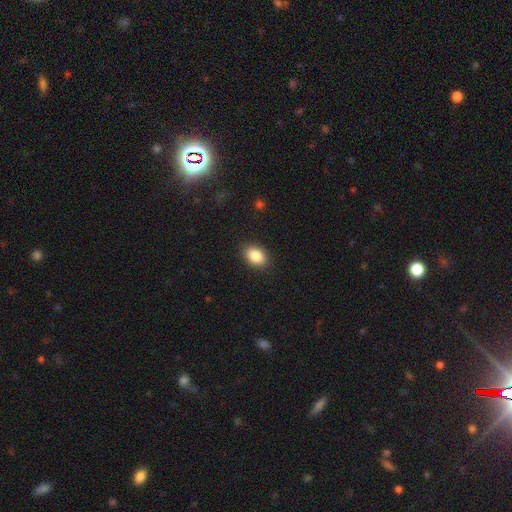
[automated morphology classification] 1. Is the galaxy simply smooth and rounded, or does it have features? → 86% smooth, 8% star or artifact, 6% featured or disk.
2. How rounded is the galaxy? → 76% in between, 23% round, 1% cigar-shaped.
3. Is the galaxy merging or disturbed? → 89% none, 8% minor disturbance, 2% major disturbance, 1% merger.